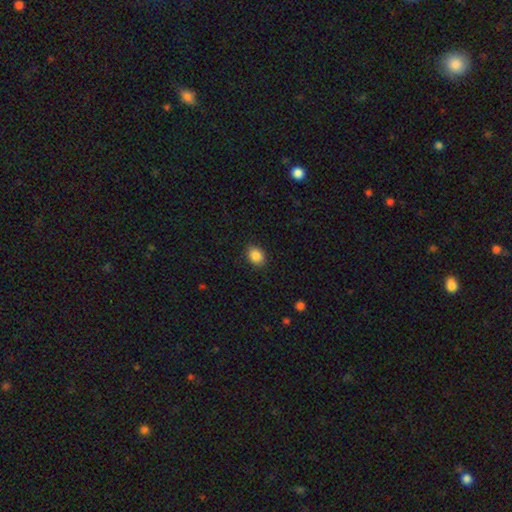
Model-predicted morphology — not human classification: smooth_or_featured: smooth (p=0.87) [alt: star or artifact p=0.09]
how_rounded: in between (p=0.62) [alt: round p=0.37]
merging: none (p=0.88) [alt: minor disturbance p=0.09]